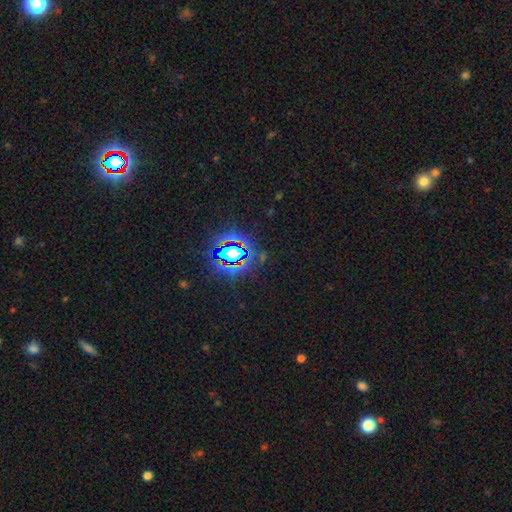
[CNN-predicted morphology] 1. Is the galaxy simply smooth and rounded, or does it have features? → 80% star or artifact, 12% smooth, 8% featured or disk.